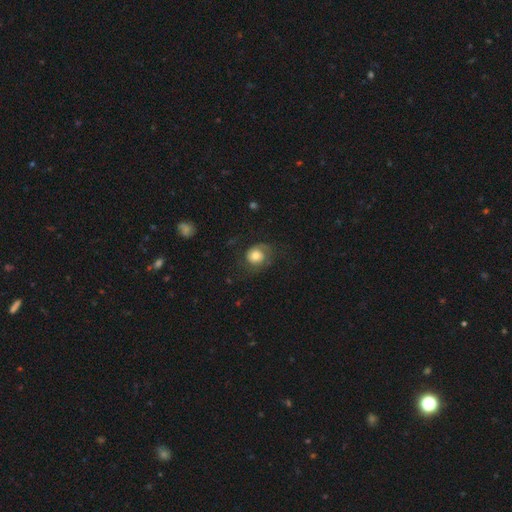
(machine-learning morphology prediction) smooth 60%, featured or disk 32%, star or artifact 8%. Down the decision tree: how rounded — round (70%); merging — none (57%).